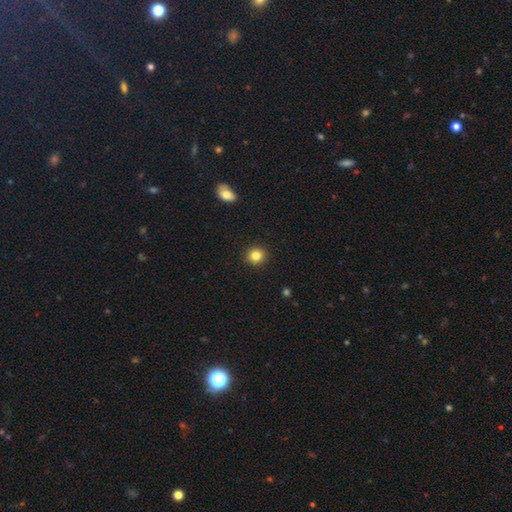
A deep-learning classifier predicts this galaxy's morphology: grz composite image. It shows a smooth galaxy with no disk features (84%) that is round (87%). Merging: none (92%).